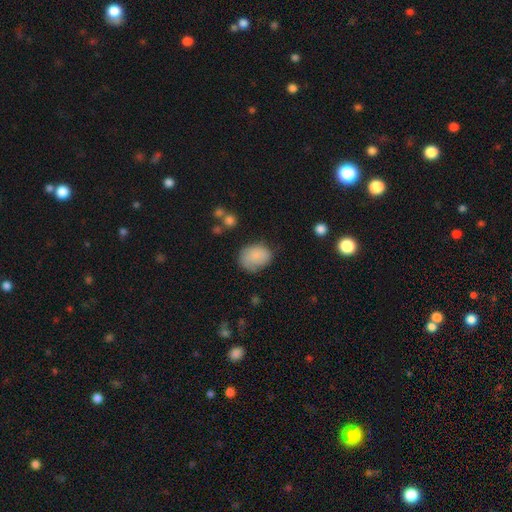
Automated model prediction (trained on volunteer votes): This is clearly a smooth galaxy (82%). How rounded: likely in between (64%). Merging: possibly none (60%).